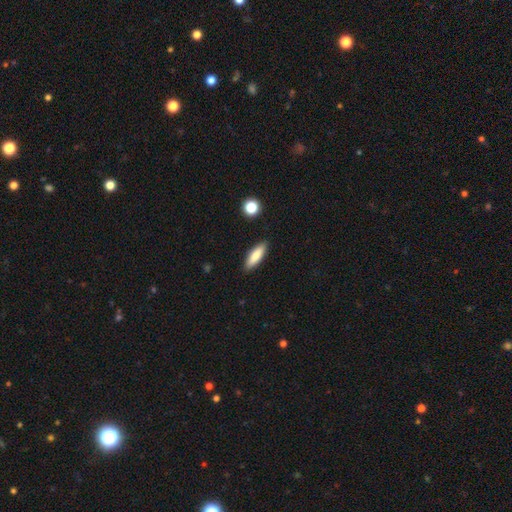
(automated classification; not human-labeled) This is clearly a smooth galaxy (81%). How rounded: possibly cigar-shaped (52%). Merging: clearly none (88%).